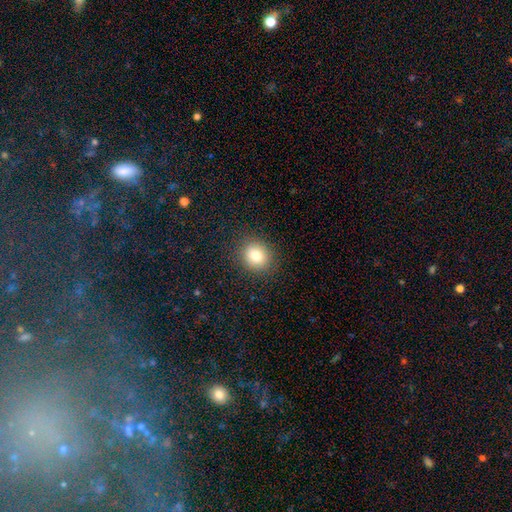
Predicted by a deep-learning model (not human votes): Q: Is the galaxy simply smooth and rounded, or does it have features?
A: smooth — 82%.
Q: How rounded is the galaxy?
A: round — 75%.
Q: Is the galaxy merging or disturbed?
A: none — 88%.